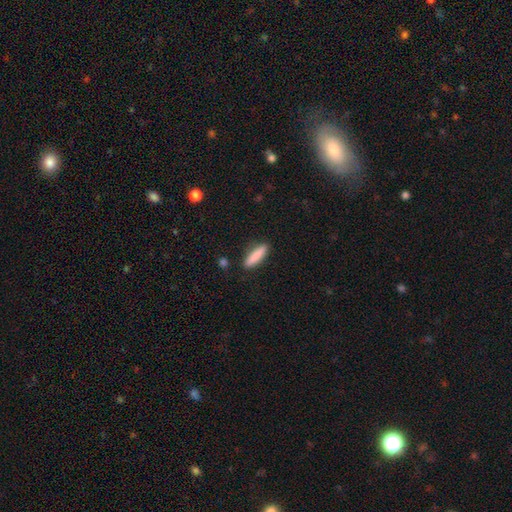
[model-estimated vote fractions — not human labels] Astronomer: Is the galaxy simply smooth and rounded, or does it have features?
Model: smooth — 87%.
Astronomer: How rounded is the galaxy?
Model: cigar-shaped — 71%.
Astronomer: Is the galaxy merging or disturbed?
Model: none — 88%.